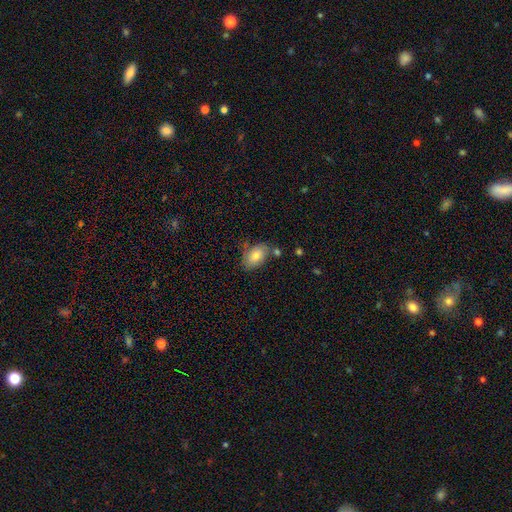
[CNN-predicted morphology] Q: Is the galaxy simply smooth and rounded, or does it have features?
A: smooth — 75%.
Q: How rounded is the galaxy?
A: in between — 90%.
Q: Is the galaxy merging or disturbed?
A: none — 57%.